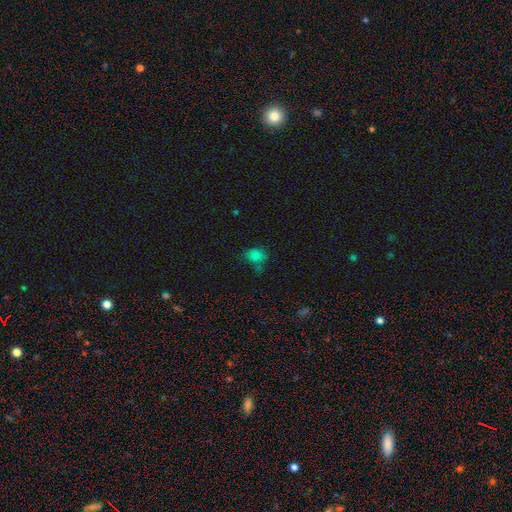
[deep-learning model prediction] The model was most divided on "how rounded": in between: 55%, round: 44%, cigar-shaped: 1%. More confident: smooth or featured — smooth (79%); merging — none (60%).